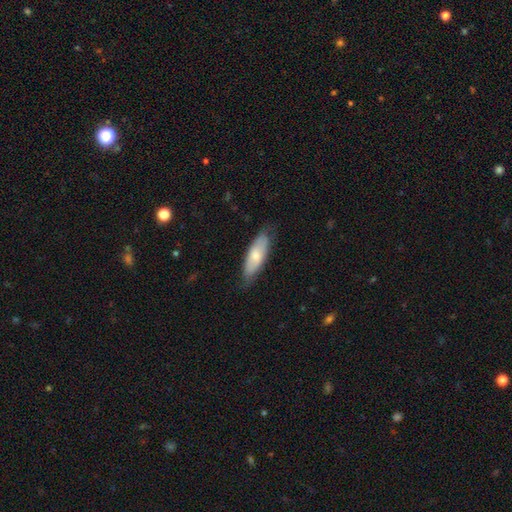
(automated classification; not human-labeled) This appears to be a smooth galaxy with no disk features (68%) that is in between round and cigar-shaped (64%). Merging: none (76%).